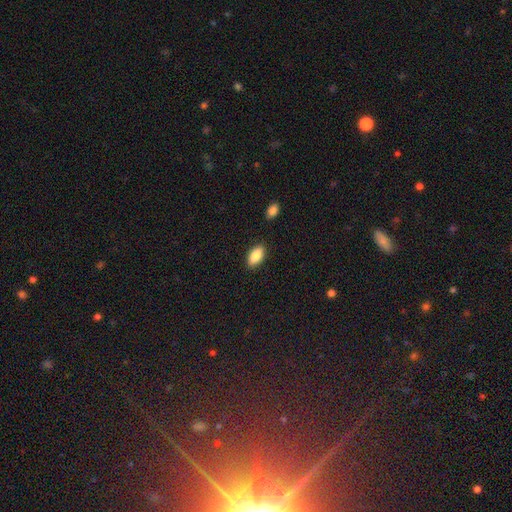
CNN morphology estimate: Smooth or featured: smooth — 86% (featured or disk — 7%)
How rounded: in between — 90% (cigar-shaped — 7%)
Merging: none — 87% (minor disturbance — 9%)